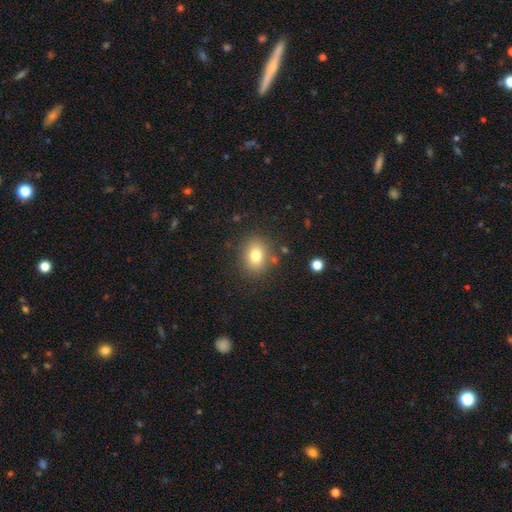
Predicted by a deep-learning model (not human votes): smooth 78%, star or artifact 11%, featured or disk 10%. Down the decision tree: how rounded — in between (56%); merging — none (82%).